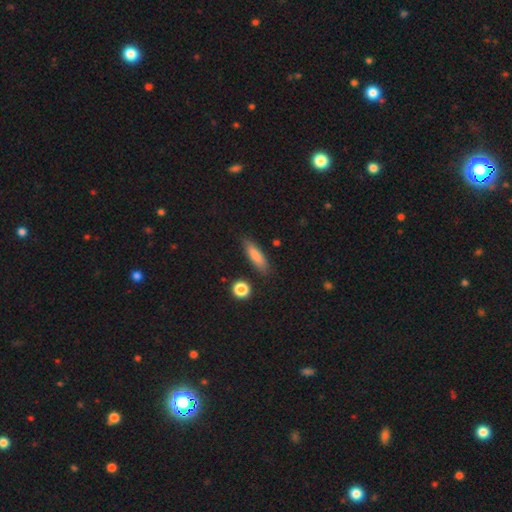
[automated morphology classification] Smooth or featured?
  - smooth: 80% *
  - featured or disk: 13%
  - star or artifact: 7%
How rounded?
  - cigar-shaped: 66% *
  - in between: 31%
  - round: 2%
Merging?
  - none: 85% *
  - minor disturbance: 11%
  - major disturbance: 2%
  - merger: 2%